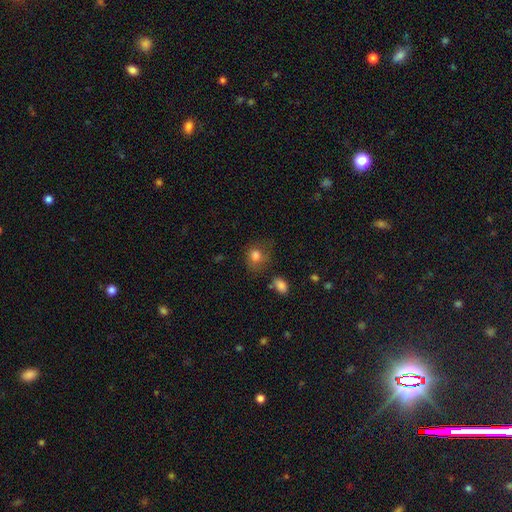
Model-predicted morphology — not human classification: type=smooth (80%); roundness=round (58%); merging=none (52%).